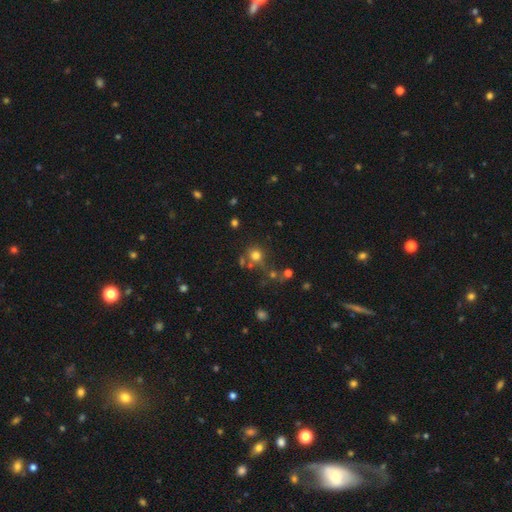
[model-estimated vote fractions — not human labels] smooth 72%, star or artifact 19%, featured or disk 9%. Down the decision tree: how rounded — round (85%); merging — none (60%).